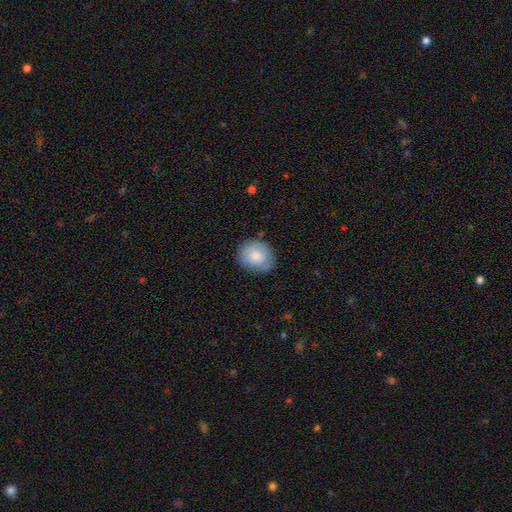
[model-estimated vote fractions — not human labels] A smooth galaxy with no disk features (76%) that is round (67%). Merging: none (79%).